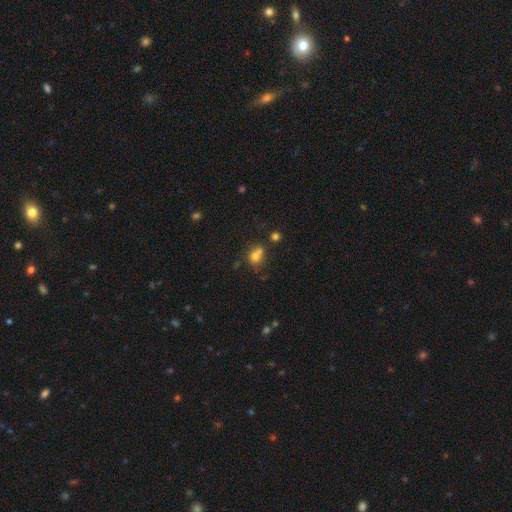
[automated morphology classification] Smooth or featured? smooth (72%)
How rounded? round (74%)
Merging? merger (46%)